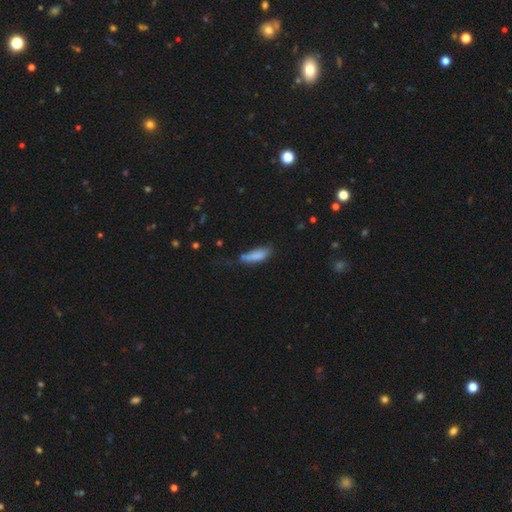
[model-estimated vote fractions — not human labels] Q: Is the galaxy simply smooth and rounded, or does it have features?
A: smooth — 82%.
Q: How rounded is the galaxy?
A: in between — 58%.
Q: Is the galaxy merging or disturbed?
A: none — 42%.